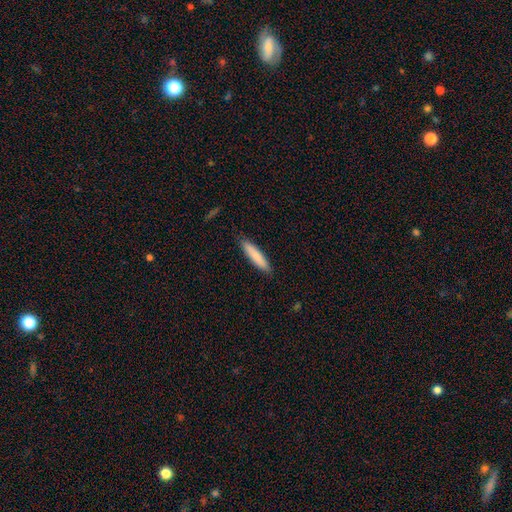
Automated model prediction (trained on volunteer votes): Smooth or featured?
  - smooth: 83% *
  - featured or disk: 11%
  - star or artifact: 6%
How rounded?
  - cigar-shaped: 85% *
  - in between: 14%
  - round: 1%
Merging?
  - none: 88% *
  - minor disturbance: 9%
  - major disturbance: 2%
  - merger: 1%